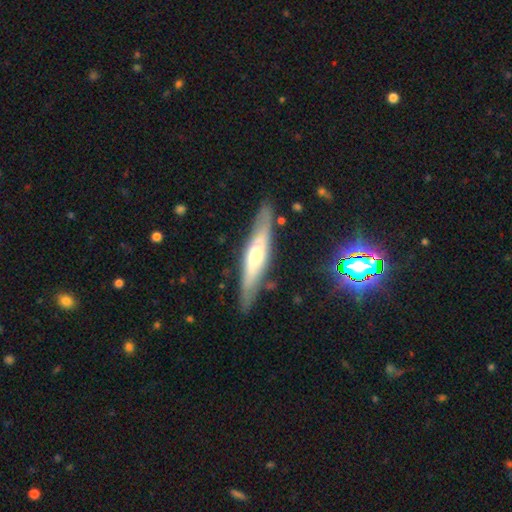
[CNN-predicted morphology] Overall: featured or disk (58%; smooth 35%). Edge-on disk: yes (84%). Merging: none (83%).